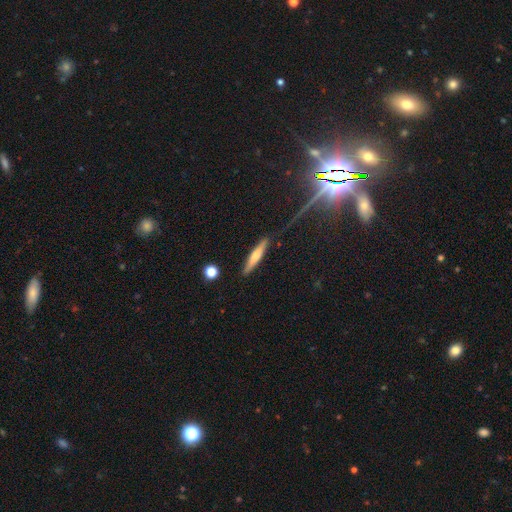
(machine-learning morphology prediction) Smooth or featured? Predicted: smooth (p=0.60). How rounded? Predicted: cigar-shaped (p=0.88). Merging? Predicted: none (p=0.87).